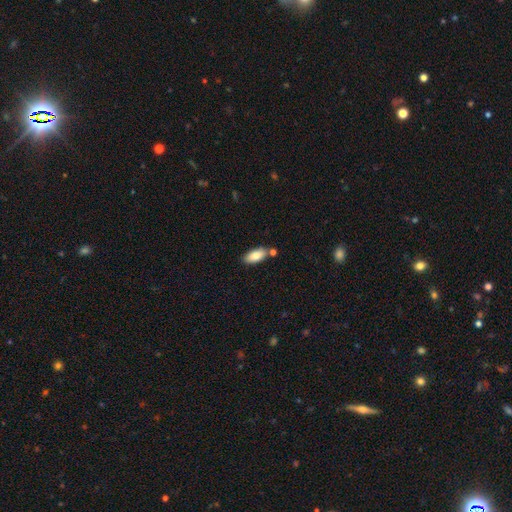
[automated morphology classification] Smooth or featured?
  - smooth: 84% *
  - featured or disk: 9%
  - star or artifact: 7%
How rounded?
  - in between: 88% *
  - cigar-shaped: 10%
  - round: 2%
Merging?
  - none: 74% *
  - minor disturbance: 12%
  - merger: 11%
  - major disturbance: 3%